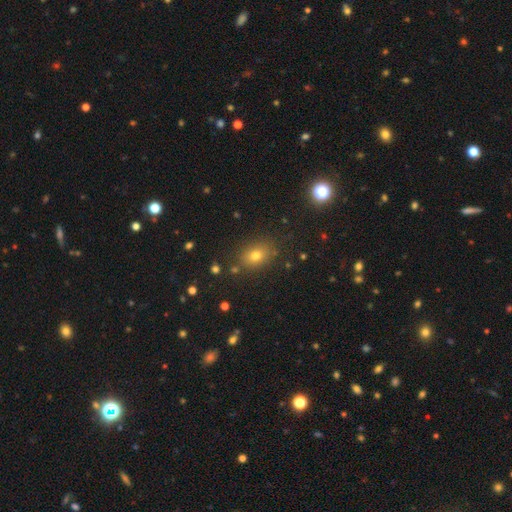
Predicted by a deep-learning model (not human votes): This appears to be a smooth galaxy with no disk features (72%) that is in between round and cigar-shaped (61%). Merging: none (83%).